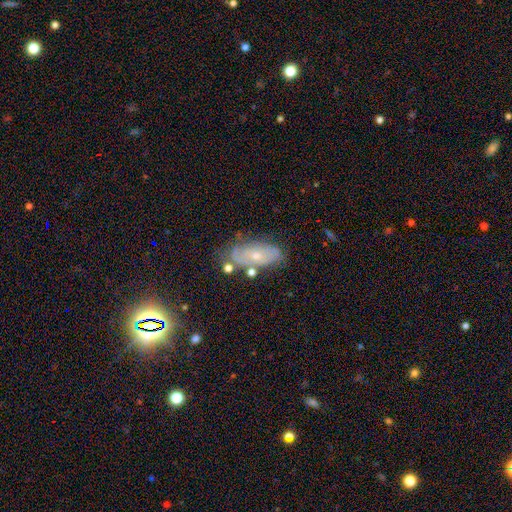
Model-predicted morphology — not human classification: Smooth or featured: featured or disk — 59% (smooth — 31%)
Edge-on disk: no — 87% (yes — 13%)
Bar: no — 80% (weak — 16%)
Spiral arms: yes — 67% (no — 33%)
Bulge size: small — 67% (moderate — 29%)
Merging: none — 65% (minor disturbance — 22%)